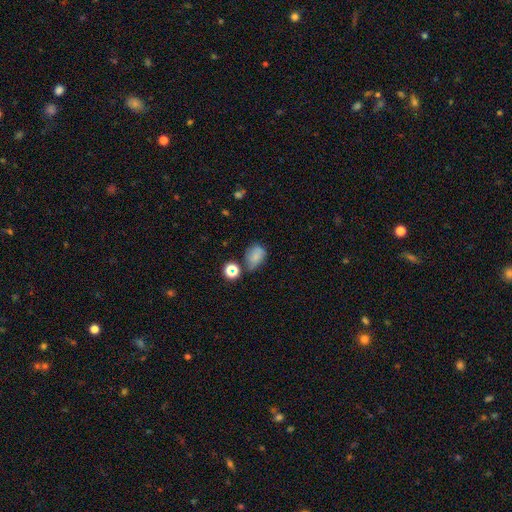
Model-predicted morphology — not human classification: smooth-or-featured: smooth: 71% | star or artifact: 16% | featured or disk: 13%
  how-rounded: in between: 63% | round: 35% | cigar-shaped: 2%
  merging: none: 49% | minor disturbance: 29% | major disturbance: 12% | merger: 10%